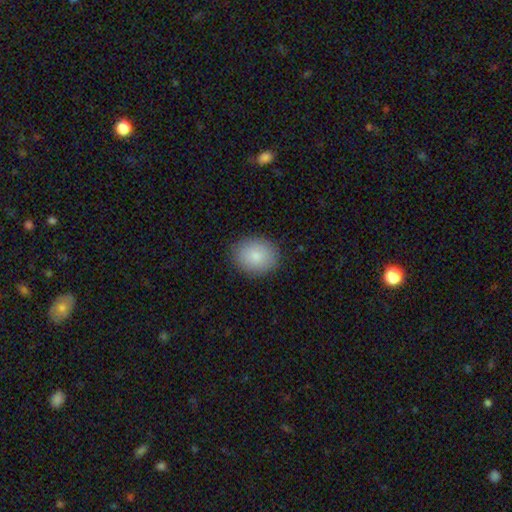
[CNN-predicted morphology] This appears to be a smooth galaxy with no disk features (86%) that is in between round and cigar-shaped (51%). Merging: none (88%).